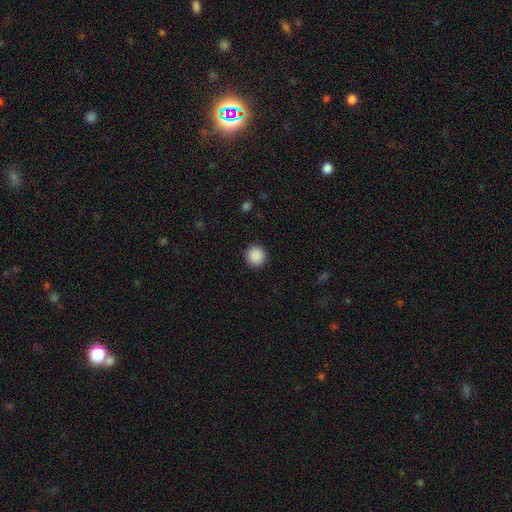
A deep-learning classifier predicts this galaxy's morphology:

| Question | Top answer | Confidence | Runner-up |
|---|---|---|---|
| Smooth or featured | smooth | 89% | star or artifact (9%) |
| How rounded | round | 96% | in between (3%) |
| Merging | none | 93% | minor disturbance (5%) |